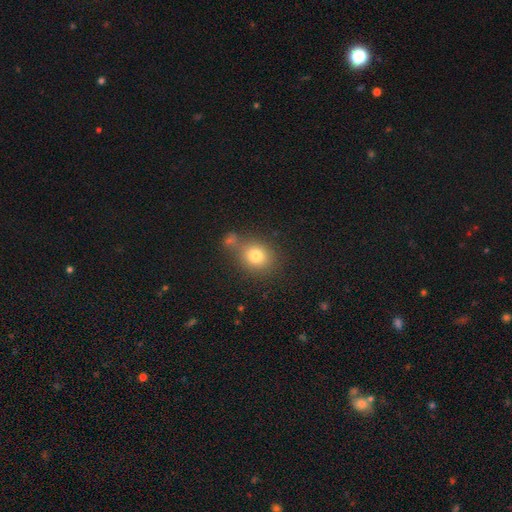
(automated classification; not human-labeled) A smooth galaxy with no disk features (78%) that is round (76%). Merging: none (62%).